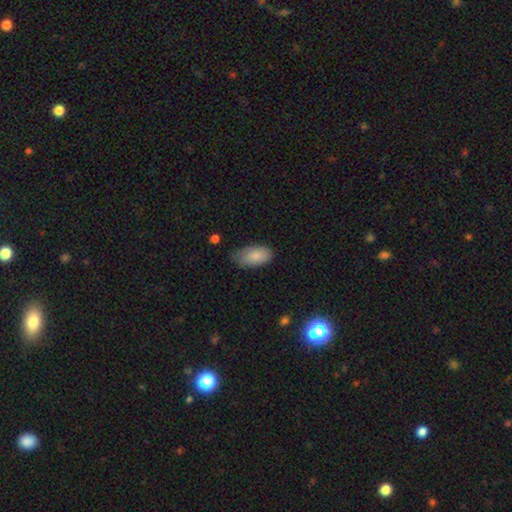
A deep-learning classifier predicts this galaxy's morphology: Smooth or featured: smooth — 85% (featured or disk — 9%)
How rounded: in between — 94% (round — 3%)
Merging: none — 58% (minor disturbance — 34%)